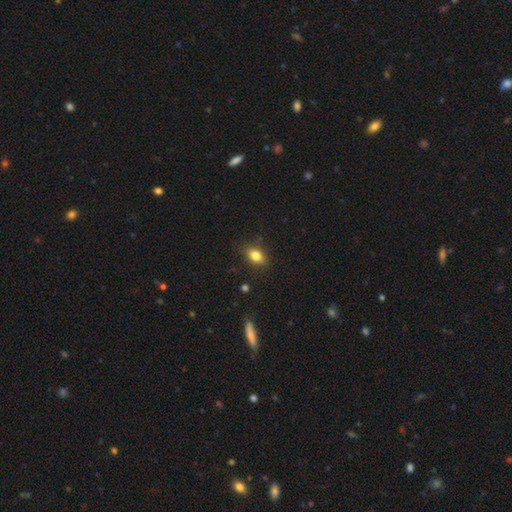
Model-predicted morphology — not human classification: A smooth galaxy with no disk features (82%) that is in between round and cigar-shaped (77%). Merging: none (84%).